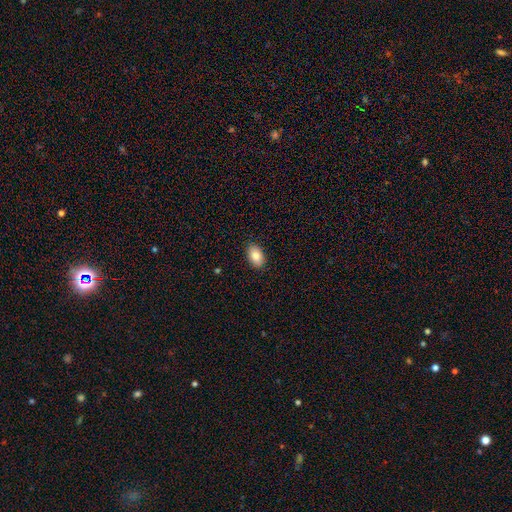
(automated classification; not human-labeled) Q: Smooth or featured?
A: smooth (85%); runner-up: featured or disk (8%)
Q: How rounded?
A: in between (91%); runner-up: round (7%)
Q: Merging?
A: none (89%); runner-up: minor disturbance (8%)